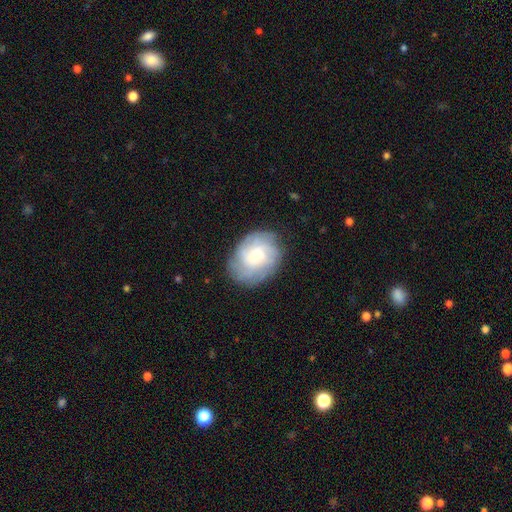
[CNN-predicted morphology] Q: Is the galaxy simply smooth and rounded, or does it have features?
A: featured or disk — 54%.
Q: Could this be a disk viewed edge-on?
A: no — 97%.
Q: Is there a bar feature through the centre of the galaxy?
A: no — 70%.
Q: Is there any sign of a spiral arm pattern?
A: yes — 84%.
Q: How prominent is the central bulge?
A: moderate — 49%.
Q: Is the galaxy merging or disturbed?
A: none — 75%.